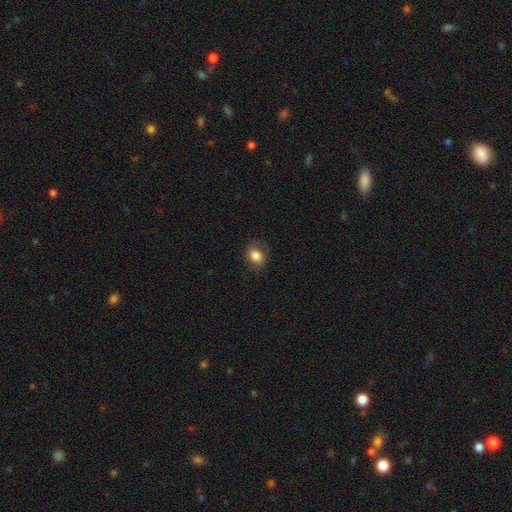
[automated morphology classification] Smooth or featured? Predicted: smooth (p=0.80). How rounded? Predicted: in between (p=0.54). Merging? Predicted: none (p=0.73).